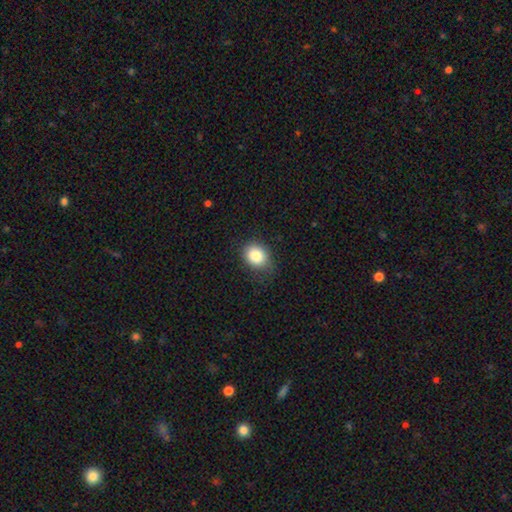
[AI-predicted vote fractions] Overall: smooth (85%). How rounded: round (56%; in between 43%). Merging: none (75%).